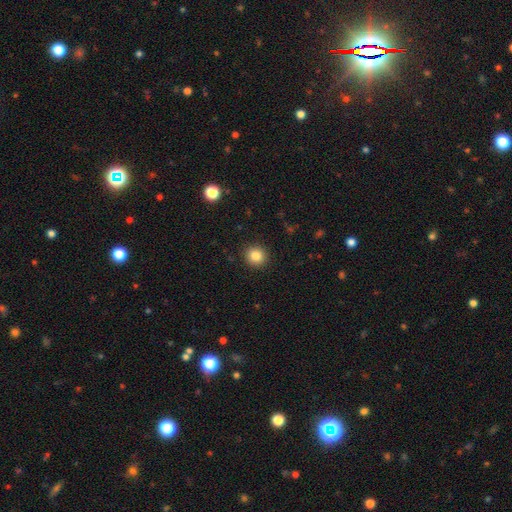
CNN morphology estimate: smooth 84%, star or artifact 10%, featured or disk 5%. Down the decision tree: how rounded — round (90%); merging — none (92%).